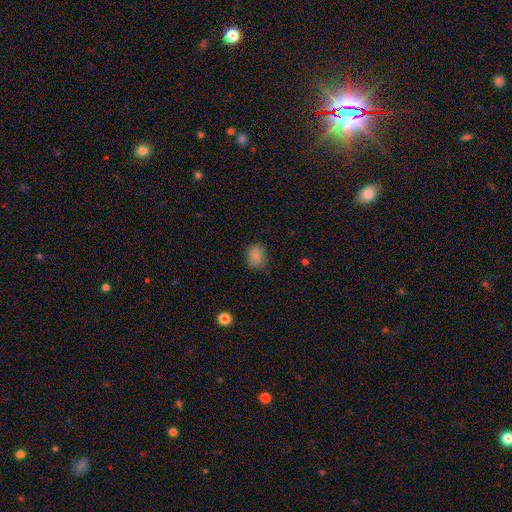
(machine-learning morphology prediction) A smooth galaxy with no disk features (84%) that is in between round and cigar-shaped (51%). Merging: none (81%).